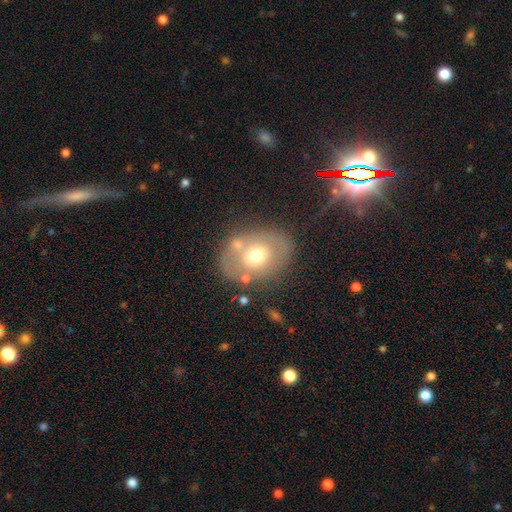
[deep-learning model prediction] Smooth or featured? Predicted: smooth (p=0.49). Merging? Predicted: none (p=0.67).